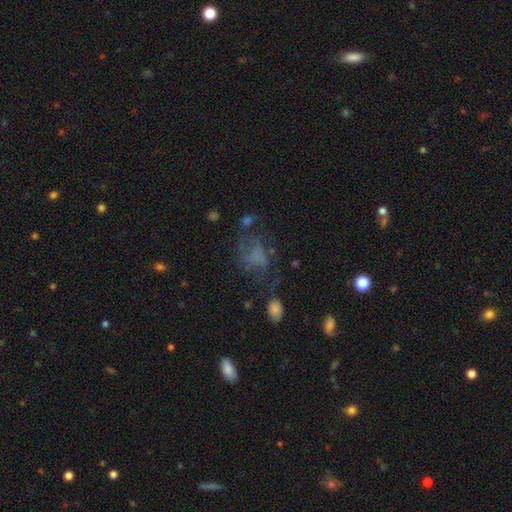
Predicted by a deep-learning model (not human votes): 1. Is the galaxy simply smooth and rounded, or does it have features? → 39% featured or disk, 38% smooth, 22% star or artifact.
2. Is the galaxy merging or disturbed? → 41% none, 34% major disturbance, 20% minor disturbance, 5% merger.